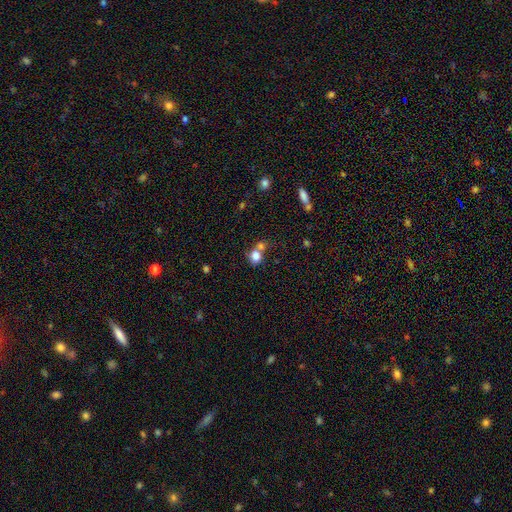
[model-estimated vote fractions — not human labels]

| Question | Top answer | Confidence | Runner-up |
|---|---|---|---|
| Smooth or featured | smooth | 80% | star or artifact (11%) |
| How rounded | round | 67% | in between (32%) |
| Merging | merger | 45% | none (39%) |